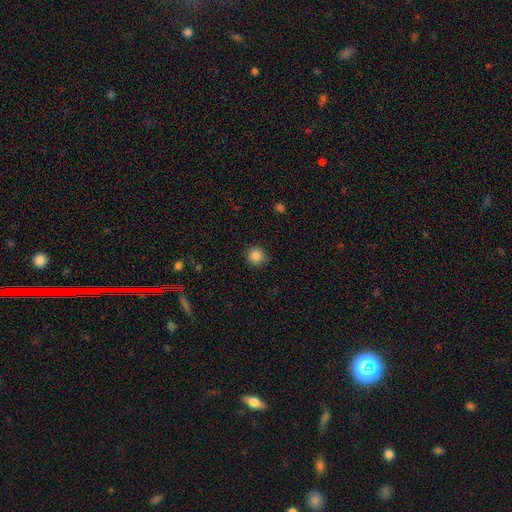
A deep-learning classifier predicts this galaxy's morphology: This appears to be a smooth galaxy with no disk features (86%) that is round (94%). Merging: none (86%).